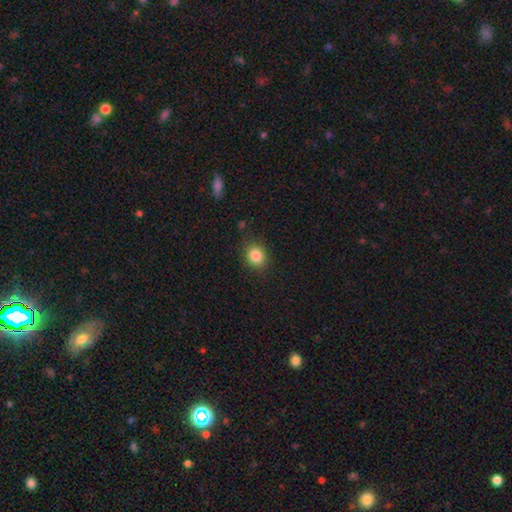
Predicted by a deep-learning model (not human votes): This appears to be a smooth galaxy with no disk features (85%) that is round (65%). Merging: none (85%).